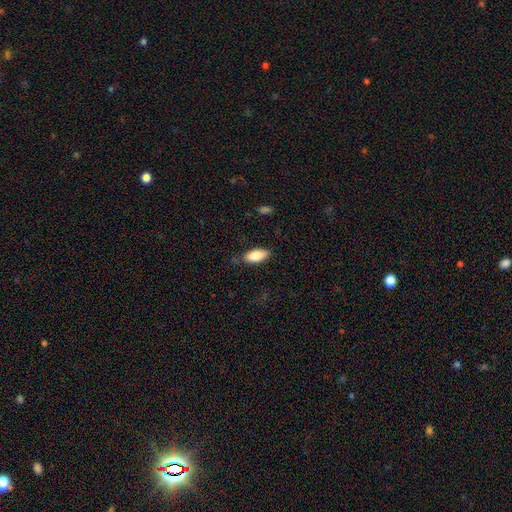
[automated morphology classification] Smooth or featured? smooth (85%)
How rounded? in between (84%)
Merging? none (80%)